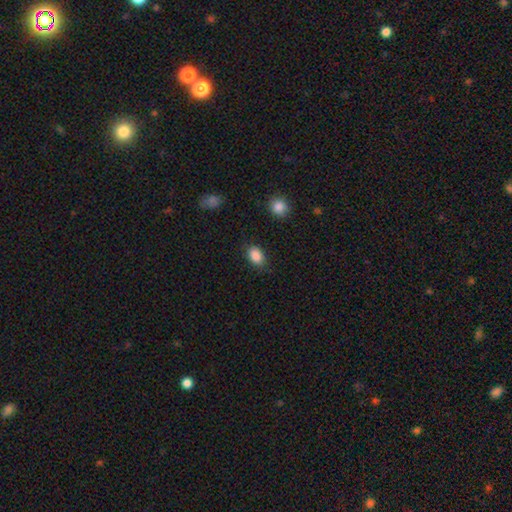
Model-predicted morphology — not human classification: smooth 88%, star or artifact 8%, featured or disk 4%. Down the decision tree: how rounded — in between (80%); merging — none (81%).